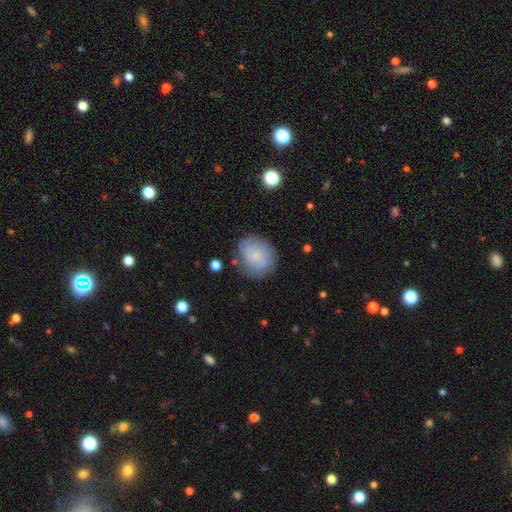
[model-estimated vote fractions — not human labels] This appears to be a featured or disk galaxy (46%). Merging: none (71%).